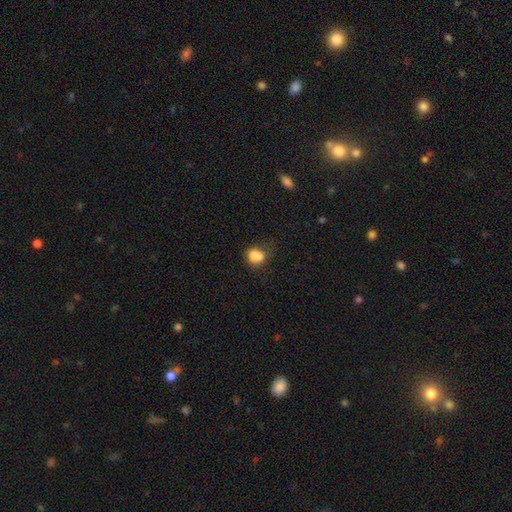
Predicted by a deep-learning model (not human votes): The model was most divided on "how rounded": in between: 53%, round: 46%, cigar-shaped: 1%. Remaining: smooth or featured — smooth (78%); merging — none (37%).